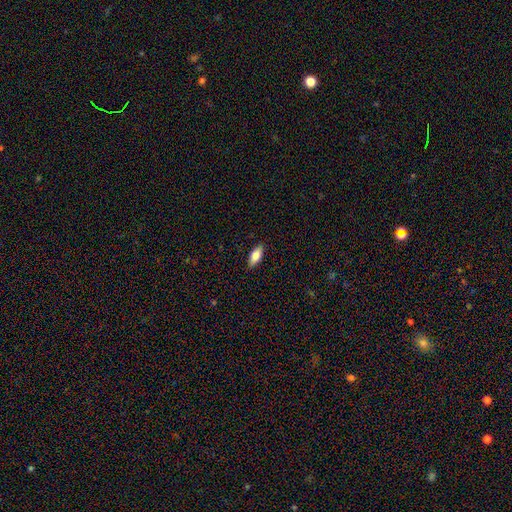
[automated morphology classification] This appears to be a smooth galaxy with no disk features (76%) that is in between round and cigar-shaped (82%). Merging: none (88%).